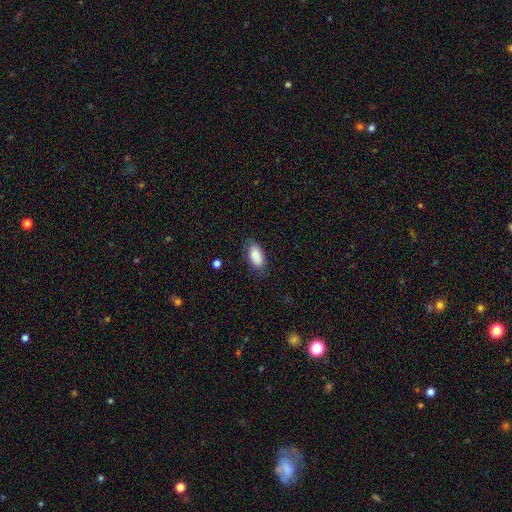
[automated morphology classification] Smooth or featured? smooth (84%)
How rounded? in between (93%)
Merging? none (77%)